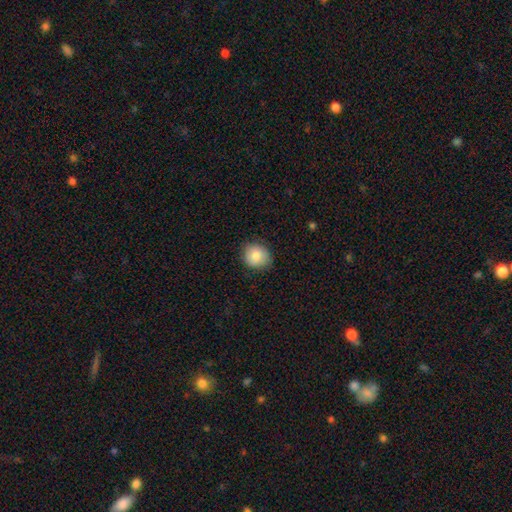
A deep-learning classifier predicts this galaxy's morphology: smooth-or-featured: smooth: 84% | featured or disk: 8% | star or artifact: 8%
  how-rounded: round: 80% | in between: 19% | cigar-shaped: 1%
  merging: none: 84% | minor disturbance: 12% | major disturbance: 2% | merger: 1%